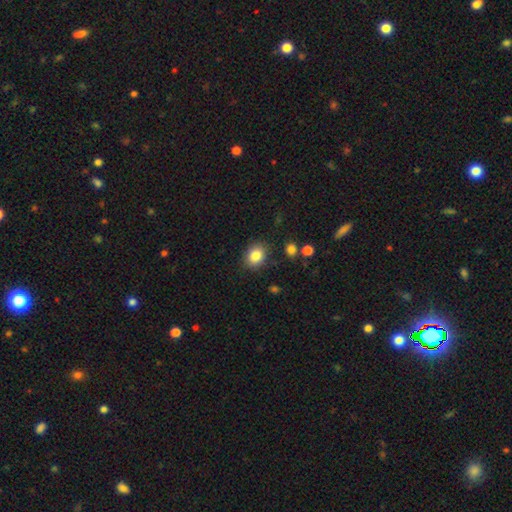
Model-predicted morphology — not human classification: A smooth galaxy with no disk features (84%) that is in between round and cigar-shaped (50%). Merging: none (85%).